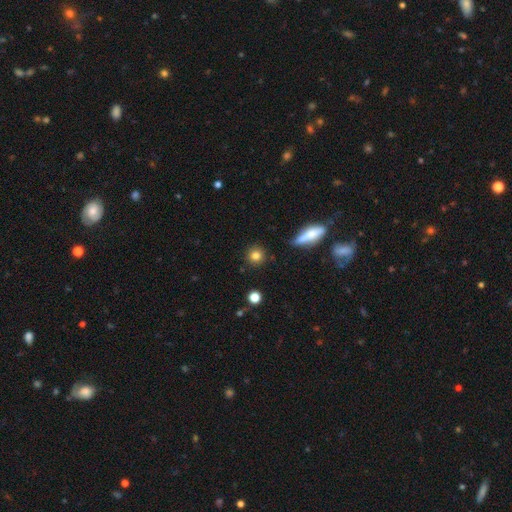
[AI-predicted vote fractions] Smooth or featured? smooth (81%)
How rounded? round (90%)
Merging? none (88%)